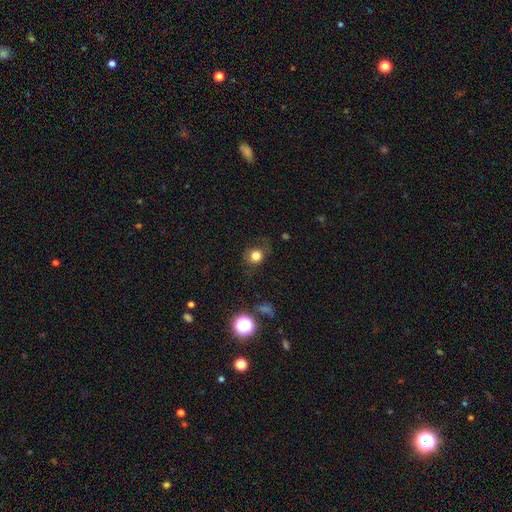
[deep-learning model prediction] A smooth galaxy with no disk features (78%) that is round (83%). Merging: none (73%).